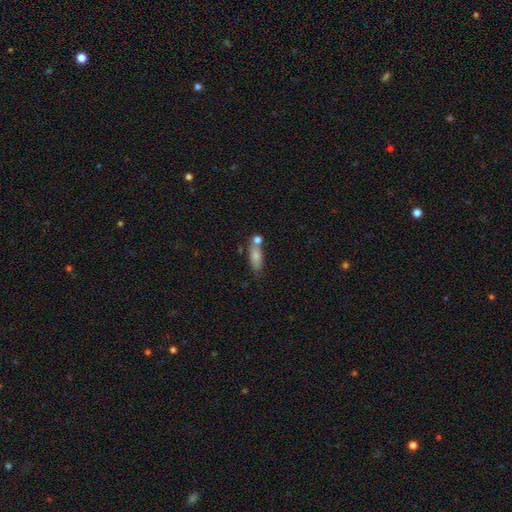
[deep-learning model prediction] Smooth or featured?
  - smooth: 78% *
  - featured or disk: 13%
  - star or artifact: 9%
How rounded?
  - in between: 67% *
  - cigar-shaped: 29%
  - round: 5%
Merging?
  - none: 51% *
  - merger: 26%
  - minor disturbance: 17%
  - major disturbance: 6%